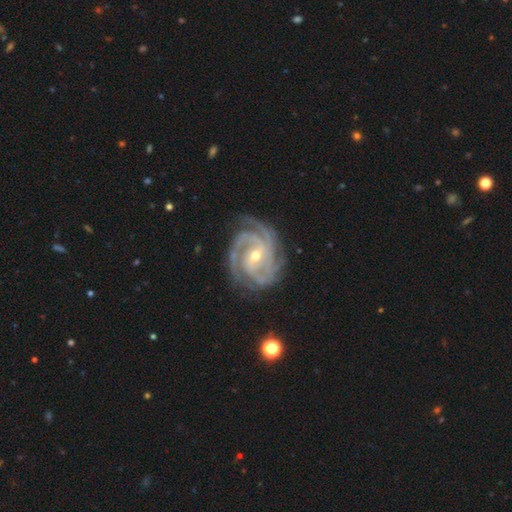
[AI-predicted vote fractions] Q: Smooth or featured?
A: featured or disk (93%); runner-up: star or artifact (4%)
Q: Edge-on disk?
A: no (98%); runner-up: yes (2%)
Q: Bar?
A: weak (41%); runner-up: no (37%)
Q: Spiral arms?
A: yes (99%); runner-up: no (1%)
Q: Spiral winding?
A: tight (68%); runner-up: medium (29%)
Q: Spiral arm count?
A: 3 (44%); runner-up: 4 (26%)
Q: Bulge size?
A: small (55%); runner-up: moderate (42%)
Q: Merging?
A: none (78%); runner-up: minor disturbance (16%)